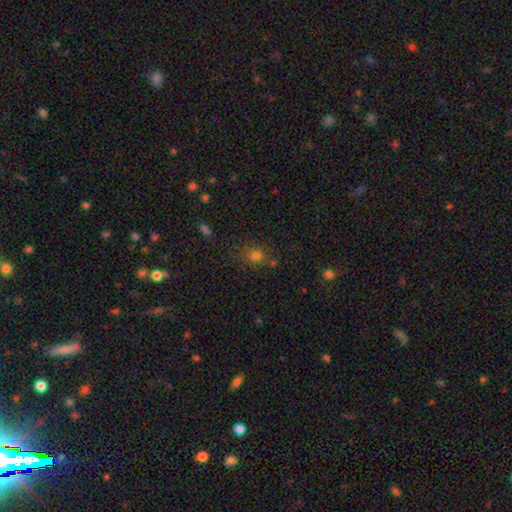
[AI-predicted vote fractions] smooth 72%, star or artifact 20%, featured or disk 8%. Down the decision tree: how rounded — round (71%); merging — none (71%).